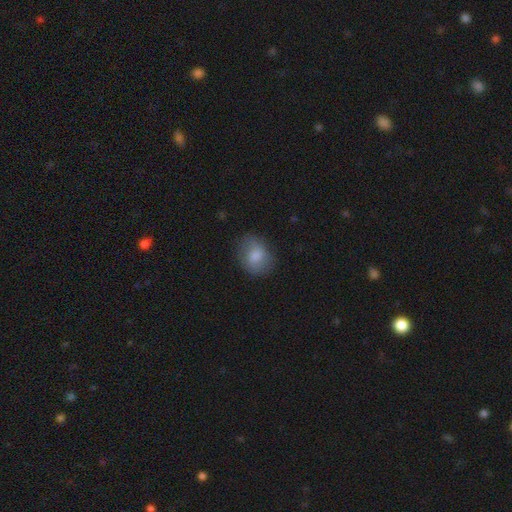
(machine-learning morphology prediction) Smooth or featured? Predicted: smooth (p=0.75). How rounded? Predicted: in between (p=0.52). Merging? Predicted: none (p=0.72).